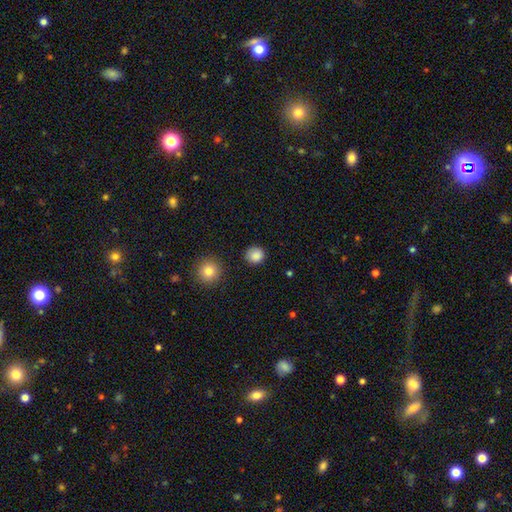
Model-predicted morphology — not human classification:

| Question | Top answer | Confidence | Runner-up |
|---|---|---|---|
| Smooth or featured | smooth | 86% | star or artifact (10%) |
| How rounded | round | 91% | in between (8%) |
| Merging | none | 87% | minor disturbance (8%) |